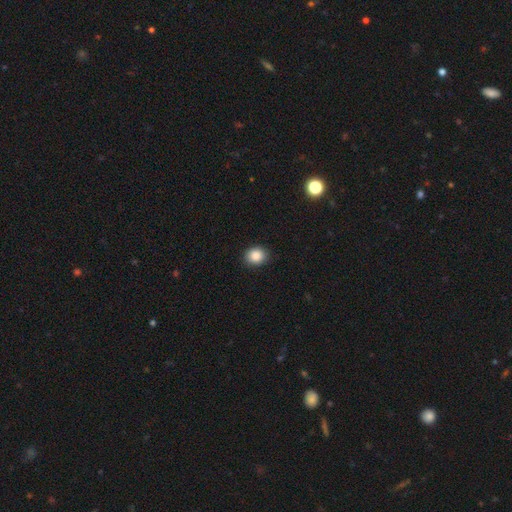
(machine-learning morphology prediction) smooth 87%, star or artifact 9%, featured or disk 4%. Down the decision tree: how rounded — round (64%); merging — none (89%).